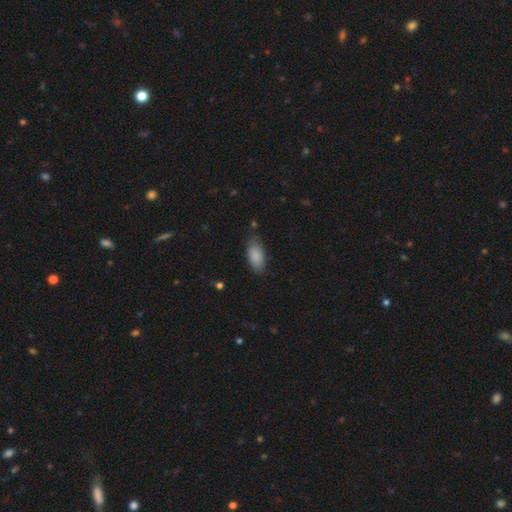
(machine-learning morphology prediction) Q: Smooth or featured?
A: smooth (88%); runner-up: star or artifact (6%)
Q: How rounded?
A: in between (90%); runner-up: cigar-shaped (7%)
Q: Merging?
A: none (75%); runner-up: minor disturbance (19%)